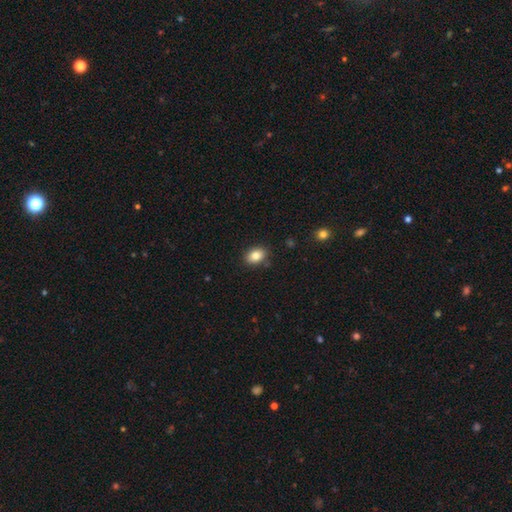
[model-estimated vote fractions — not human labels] Morphology: type=smooth (84%); roundness=in between (76%); merging=none (86%).